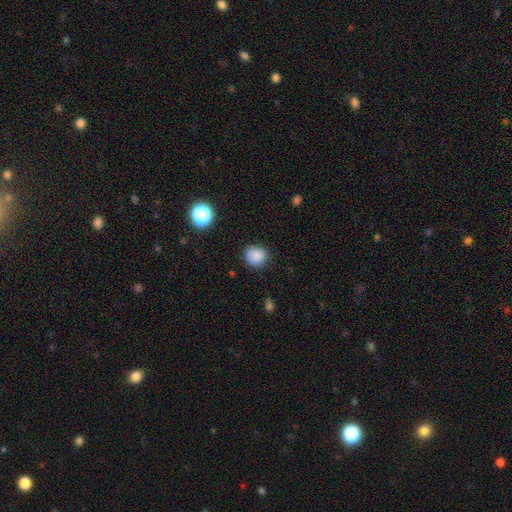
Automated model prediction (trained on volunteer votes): smooth 85%, star or artifact 11%, featured or disk 4%. Down the decision tree: how rounded — round (82%); merging — none (81%).